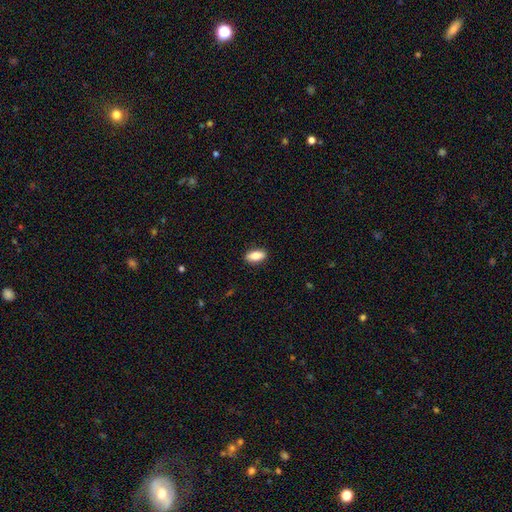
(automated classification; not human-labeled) Smooth or featured? Predicted: smooth (p=0.82). How rounded? Predicted: in between (p=0.85). Merging? Predicted: none (p=0.89).